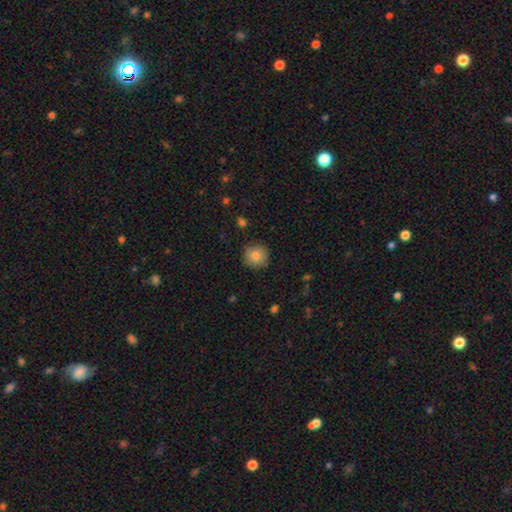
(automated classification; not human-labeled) Smooth or featured? smooth (85%)
How rounded? round (92%)
Merging? none (85%)